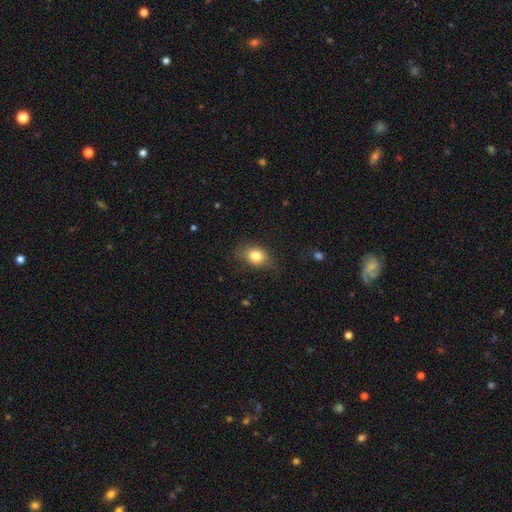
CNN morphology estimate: A smooth galaxy with no disk features (80%) that is in between round and cigar-shaped (60%).

Vote fractions:
- Smooth or featured? smooth: 80% / featured or disk: 10% / star or artifact: 10%
- How rounded? in between: 60% / round: 38% / cigar-shaped: 1%
- Merging? none: 67% / minor disturbance: 23% / major disturbance: 8% / merger: 1%